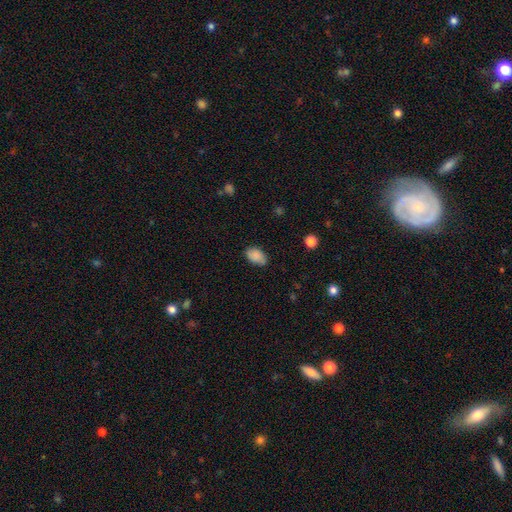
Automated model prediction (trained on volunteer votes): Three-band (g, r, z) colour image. It shows a smooth galaxy with no disk features (87%) that is in between round and cigar-shaped (90%). Merging: none (77%).